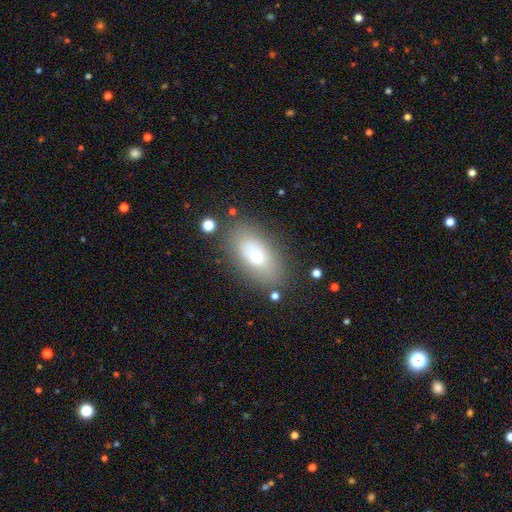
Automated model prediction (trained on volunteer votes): This appears to be a smooth galaxy with no disk features (69%) that is in between round and cigar-shaped (89%). Merging: none (78%).